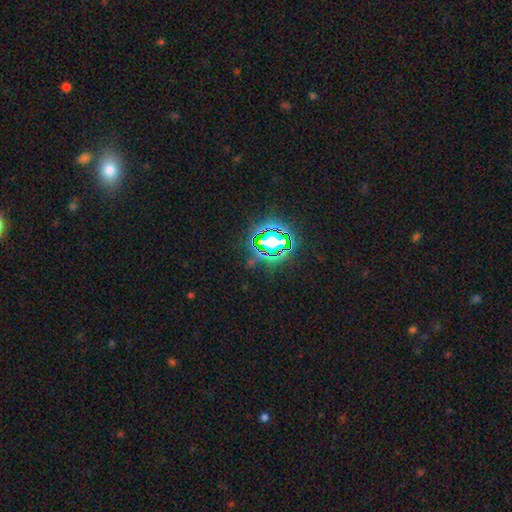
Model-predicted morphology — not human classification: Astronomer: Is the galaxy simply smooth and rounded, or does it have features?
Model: star or artifact — 79%.